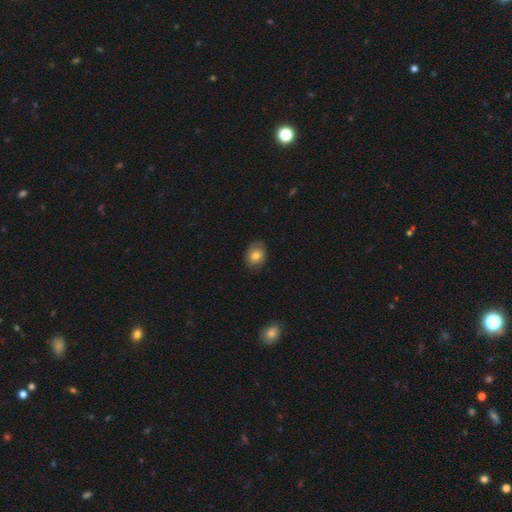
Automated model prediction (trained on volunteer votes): Overall: smooth (70%). How rounded: round (51%; in between 48%). Merging: none (79%).